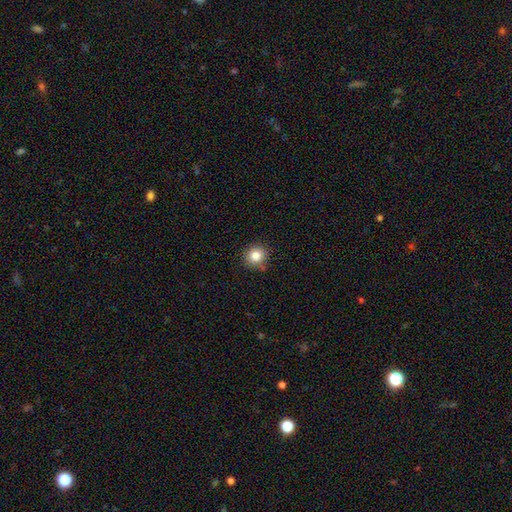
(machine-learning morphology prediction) Smooth or featured: smooth — 83% (star or artifact — 11%)
How rounded: round — 89% (in between — 11%)
Merging: none — 85% (minor disturbance — 10%)